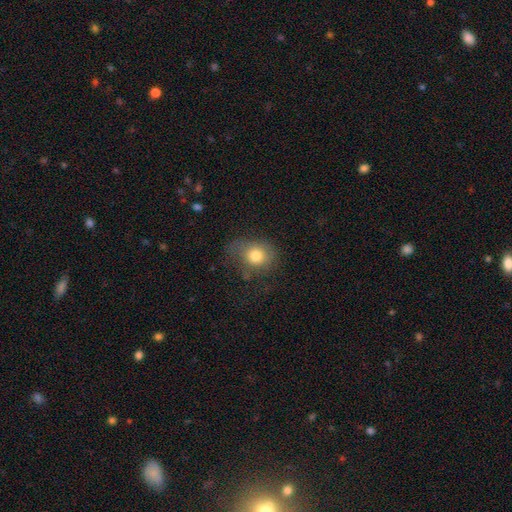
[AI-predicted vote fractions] Smooth or featured? Predicted: smooth (p=0.76). How rounded? Predicted: round (p=0.63). Merging? Predicted: none (p=0.50).